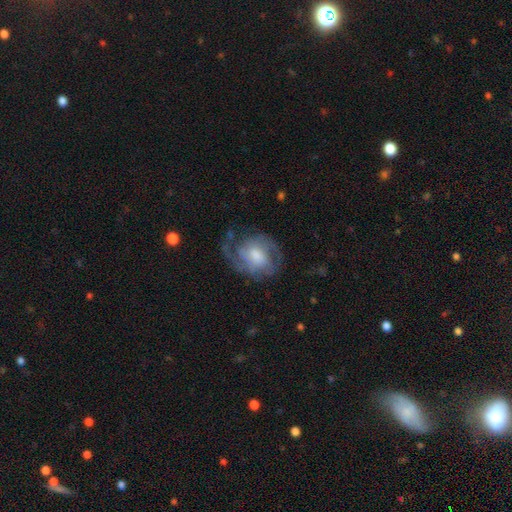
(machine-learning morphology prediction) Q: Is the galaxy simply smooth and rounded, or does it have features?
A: featured or disk — 76%.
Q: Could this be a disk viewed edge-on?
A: no — 97%.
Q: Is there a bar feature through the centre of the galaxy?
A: no — 50%.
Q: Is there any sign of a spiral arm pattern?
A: yes — 92%.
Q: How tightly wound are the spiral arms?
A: medium — 47%.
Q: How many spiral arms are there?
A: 2 — 65%.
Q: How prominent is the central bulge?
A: moderate — 45%.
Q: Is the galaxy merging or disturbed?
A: none — 60%.